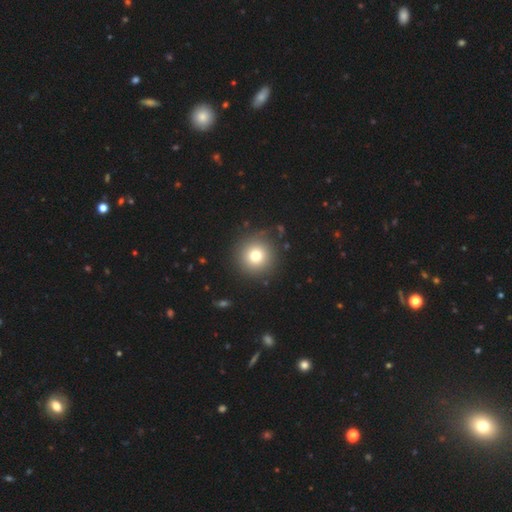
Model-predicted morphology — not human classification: smooth-or-featured: smooth: 76% | star or artifact: 13% | featured or disk: 11%
  how-rounded: round: 96% | in between: 3% | cigar-shaped: 1%
  merging: none: 89% | minor disturbance: 6% | major disturbance: 3% | merger: 2%